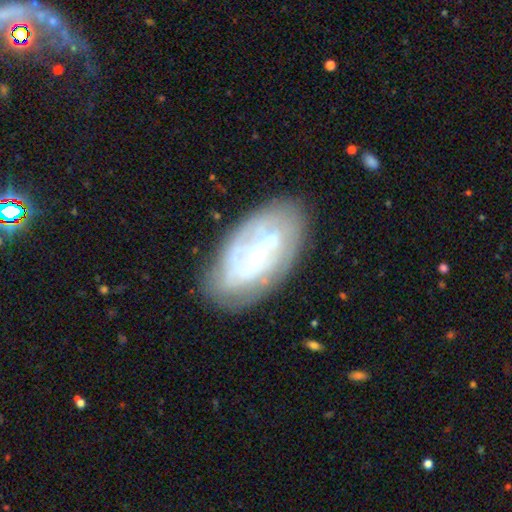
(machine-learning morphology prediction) smooth_or_featured: featured or disk (p=0.72) [alt: smooth p=0.21]
disk_edge_on: no (p=0.94) [alt: yes p=0.06]
bar: no (p=0.68) [alt: weak p=0.25]
has_spiral_arms: yes (p=0.73) [alt: no p=0.27]
bulge_size: small (p=0.73) [alt: moderate p=0.21]
merging: none (p=0.72) [alt: minor disturbance p=0.18]